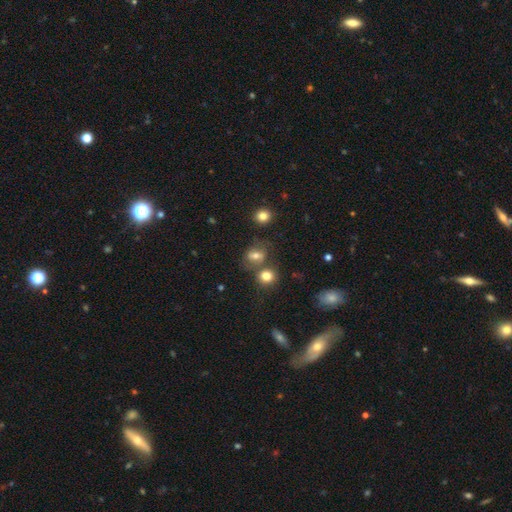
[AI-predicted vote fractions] This is likely a smooth galaxy (63%). How rounded: possibly round (49%, tied with in between). Merging: possibly none (57%).